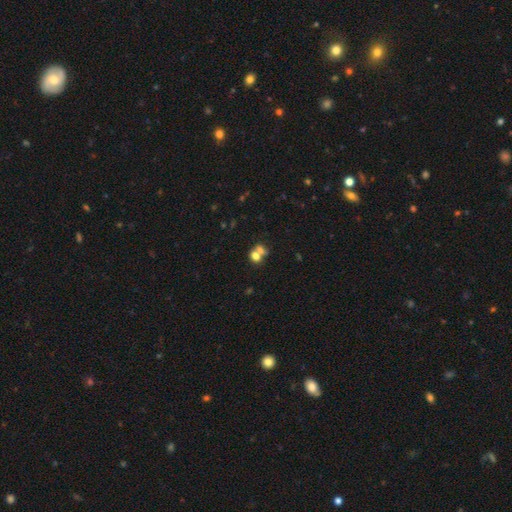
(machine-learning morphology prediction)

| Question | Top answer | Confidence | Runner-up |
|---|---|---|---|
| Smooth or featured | smooth | 70% | featured or disk (16%) |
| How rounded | round | 55% | in between (44%) |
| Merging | merger | 59% | none (30%) |